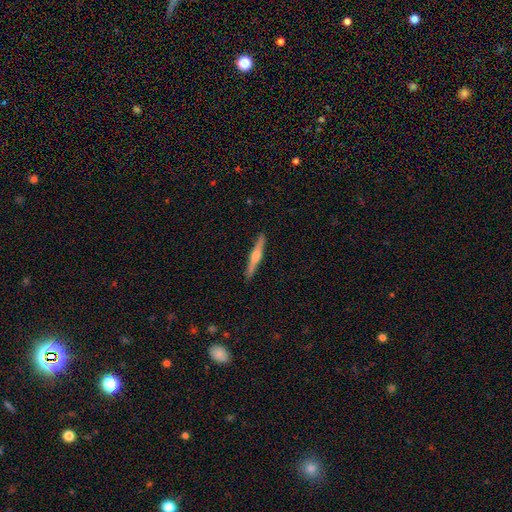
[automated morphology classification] Smooth or featured?
  - featured or disk: 64% *
  - smooth: 30%
  - star or artifact: 5%
Edge-on disk?
  - yes: 98% *
  - no: 2%
Edge-on bulge?
  - rounded: 85% *
  - boxy: 9%
  - none: 6%
Merging?
  - none: 91% *
  - minor disturbance: 6%
  - major disturbance: 1%
  - merger: 1%